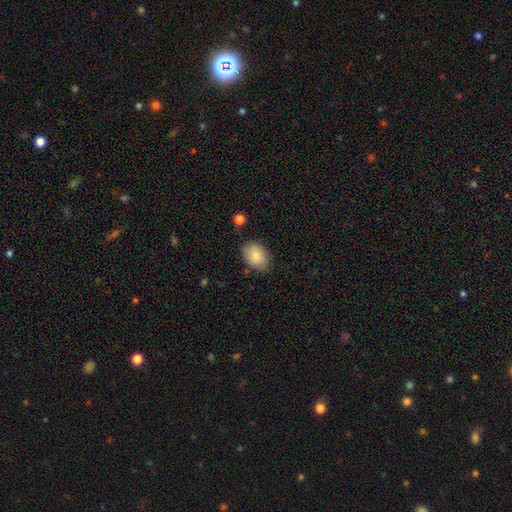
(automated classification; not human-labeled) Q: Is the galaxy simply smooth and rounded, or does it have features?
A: smooth — 86%.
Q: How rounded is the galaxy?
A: in between — 80%.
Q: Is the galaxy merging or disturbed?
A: none — 77%.